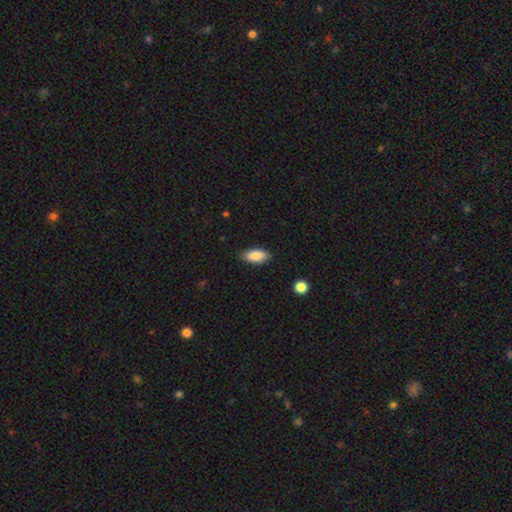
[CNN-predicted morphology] smooth 88%, star or artifact 7%, featured or disk 6%. Down the decision tree: how rounded — in between (91%); merging — none (85%).